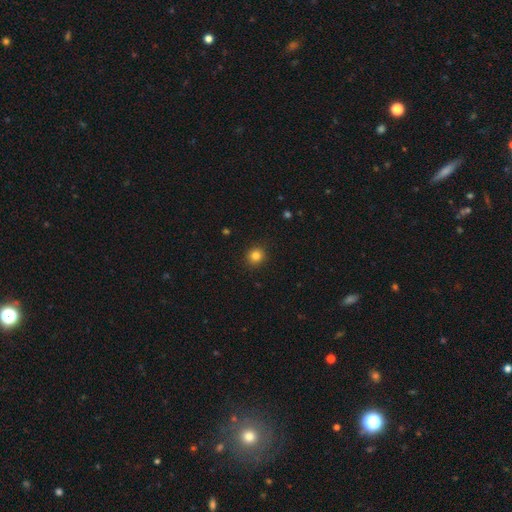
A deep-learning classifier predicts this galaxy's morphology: Overall: smooth (83%). How rounded: round (89%). Merging: none (91%).